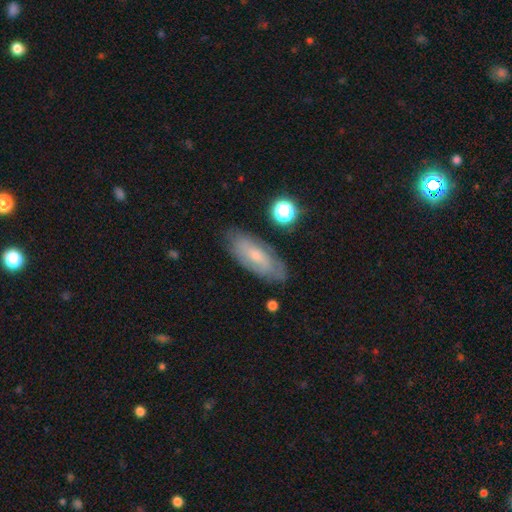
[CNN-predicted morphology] Smooth or featured?
  - featured or disk: 48% *
  - smooth: 43%
  - star or artifact: 8%
Merging?
  - none: 76% *
  - minor disturbance: 17%
  - major disturbance: 4%
  - merger: 2%